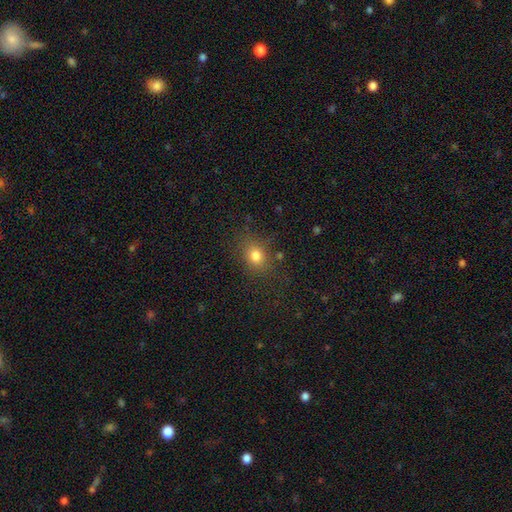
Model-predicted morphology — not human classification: The model was most divided on "how rounded": round: 64%, in between: 35%, cigar-shaped: 2%. More confident: smooth or featured — smooth (77%); merging — none (77%).